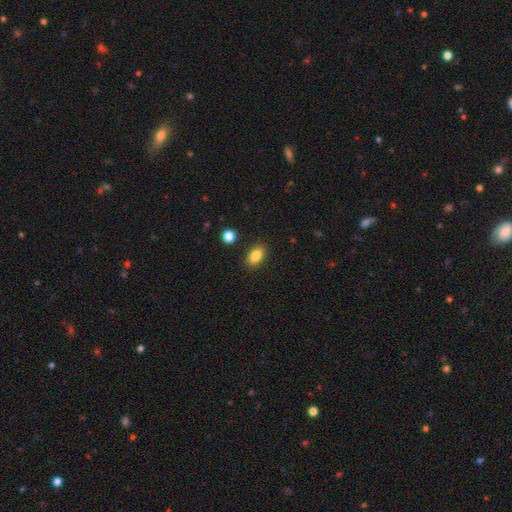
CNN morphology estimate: Q: Smooth or featured?
A: smooth (84%); runner-up: star or artifact (8%)
Q: How rounded?
A: in between (88%); runner-up: round (8%)
Q: Merging?
A: none (88%); runner-up: minor disturbance (8%)